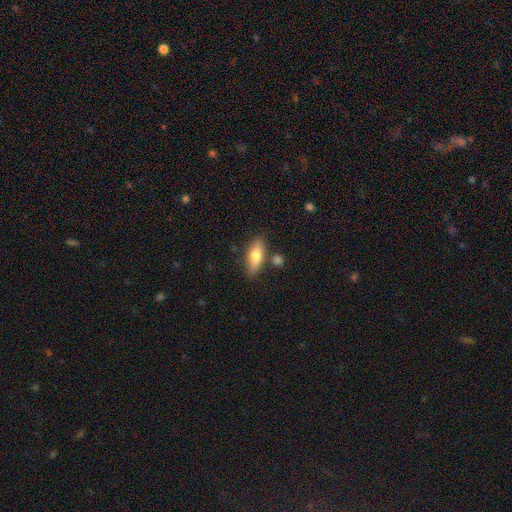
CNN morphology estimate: Smooth or featured? Predicted: smooth (p=0.73). How rounded? Predicted: in between (p=0.68). Merging? Predicted: none (p=0.77).